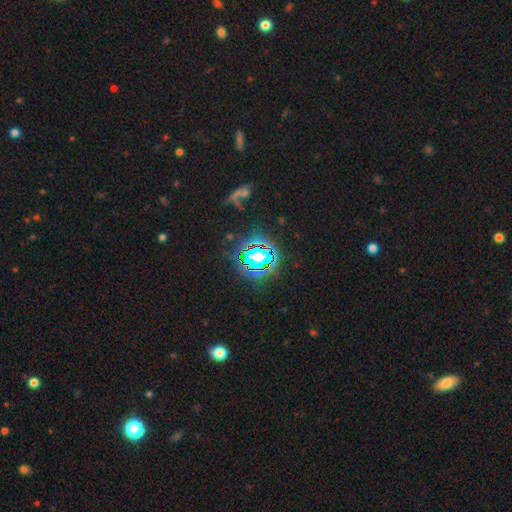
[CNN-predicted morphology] Smooth or featured? star or artifact (80%)